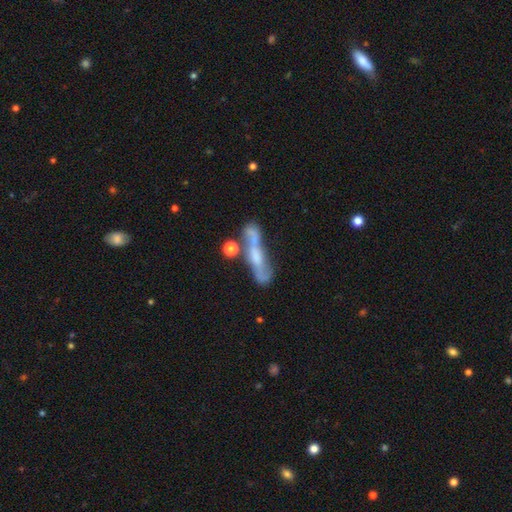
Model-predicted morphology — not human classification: Smooth or featured? Predicted: featured or disk (p=0.62). Edge-on disk? Predicted: no (p=0.56). Merging? Predicted: none (p=0.41).